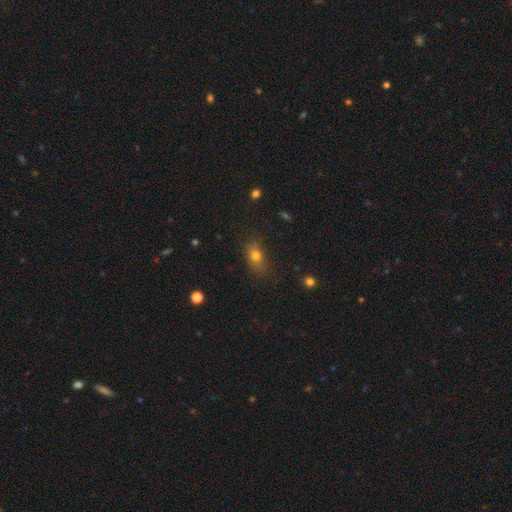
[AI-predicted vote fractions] Morphology: type=smooth (76%); roundness=in between (73%); merging=none (72%).